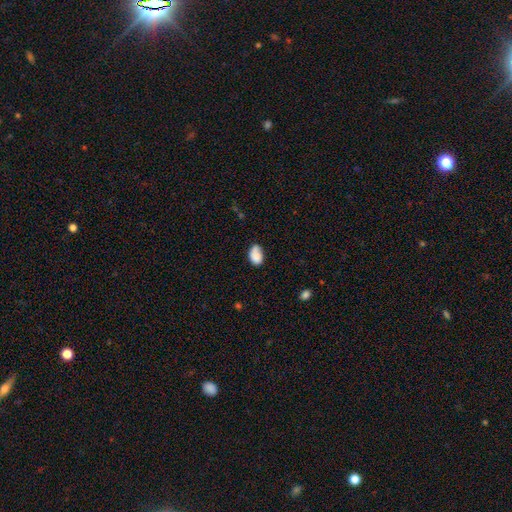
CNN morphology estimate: smooth-or-featured: smooth: 85% | star or artifact: 8% | featured or disk: 7%
  how-rounded: in between: 88% | round: 11% | cigar-shaped: 1%
  merging: none: 60% | minor disturbance: 29% | major disturbance: 7% | merger: 3%